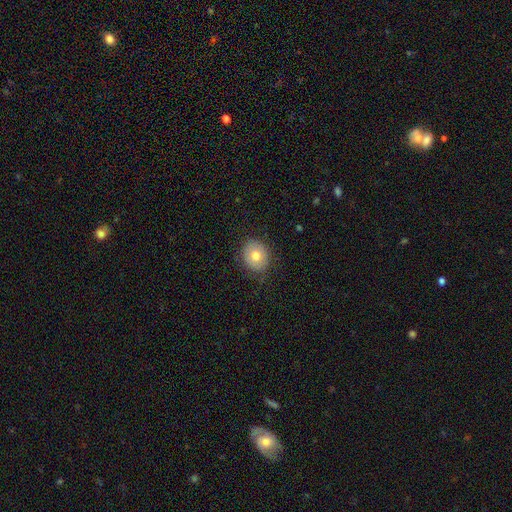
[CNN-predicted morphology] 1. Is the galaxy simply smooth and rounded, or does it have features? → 76% smooth, 16% featured or disk, 8% star or artifact.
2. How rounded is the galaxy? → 74% round, 25% in between, 1% cigar-shaped.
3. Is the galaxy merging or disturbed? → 83% none, 13% minor disturbance, 3% major disturbance, 1% merger.